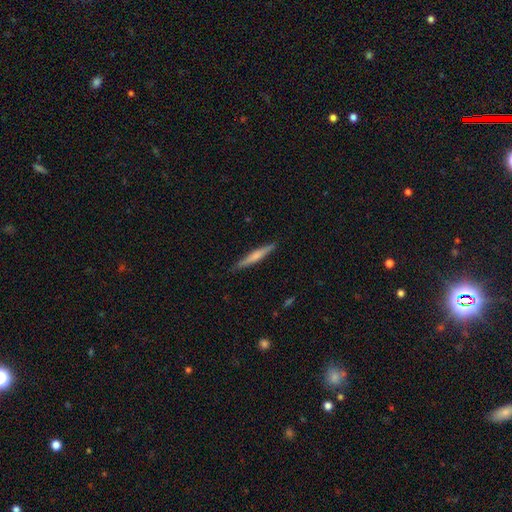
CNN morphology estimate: smooth 49%, featured or disk 45%, star or artifact 6%. Down the decision tree: merging — none (89%).